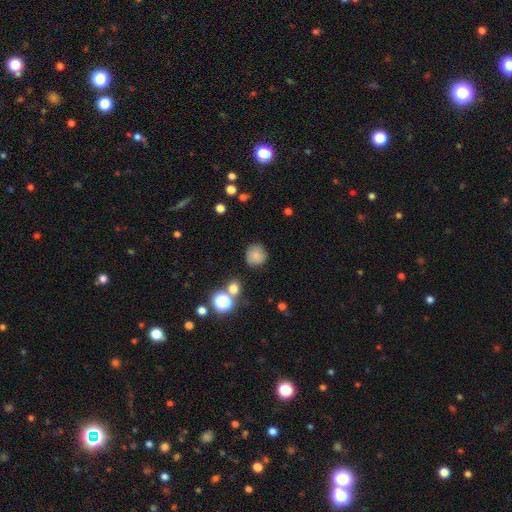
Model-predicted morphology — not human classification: The model was most divided on "smooth or featured": smooth: 75%, featured or disk: 12%, star or artifact: 12%. More confident: how rounded — round (91%); merging — none (80%).